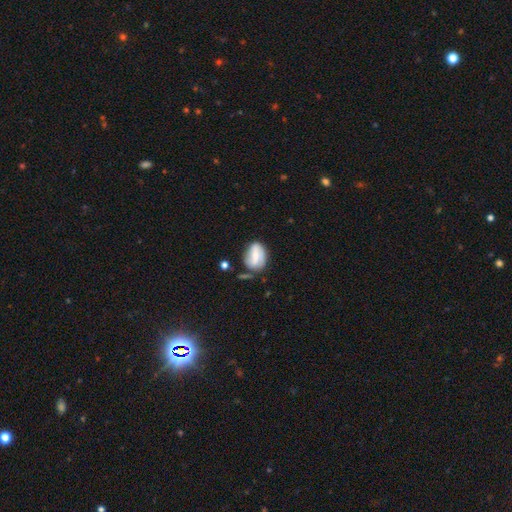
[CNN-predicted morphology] This appears to be a featured or disk galaxy (49%). Merging: none (56%).